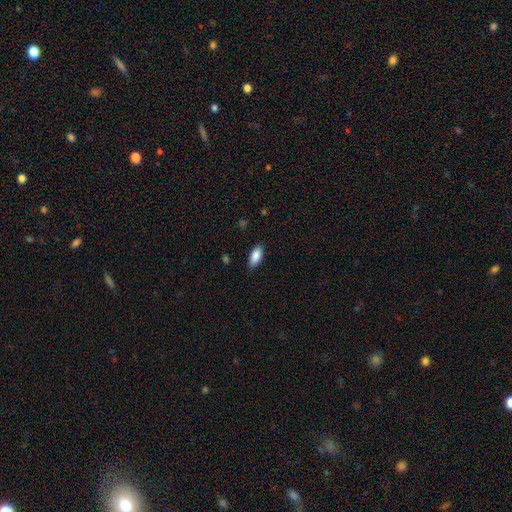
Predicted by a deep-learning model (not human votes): smooth 88%, star or artifact 7%, featured or disk 6%. Down the decision tree: how rounded — in between (87%); merging — none (83%).